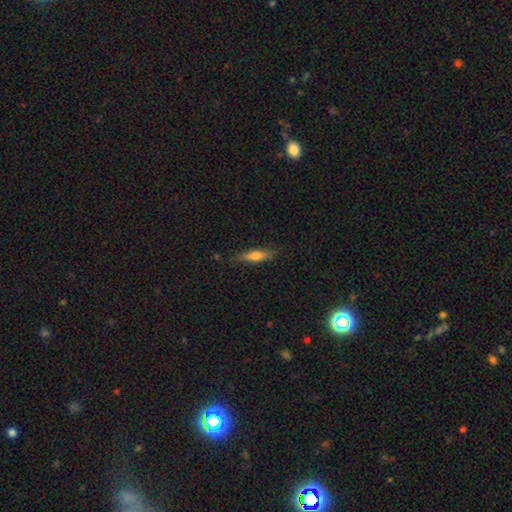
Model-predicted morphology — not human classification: Q: Smooth or featured?
A: smooth (61%); runner-up: featured or disk (32%)
Q: How rounded?
A: cigar-shaped (67%); runner-up: in between (30%)
Q: Merging?
A: none (80%); runner-up: minor disturbance (15%)